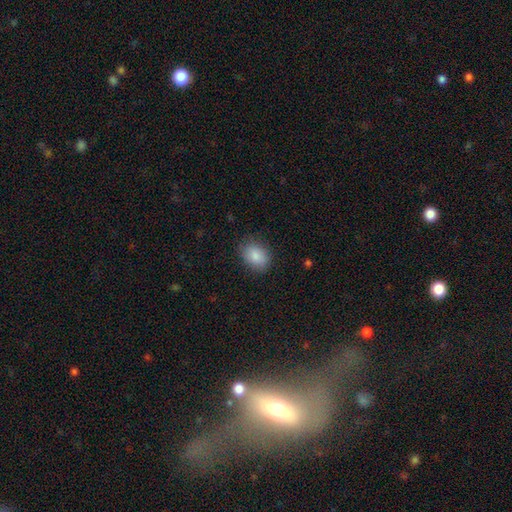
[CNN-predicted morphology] Smooth or featured?
  - smooth: 87% *
  - star or artifact: 7%
  - featured or disk: 6%
How rounded?
  - in between: 74% *
  - round: 25%
  - cigar-shaped: 1%
Merging?
  - none: 83% *
  - minor disturbance: 13%
  - major disturbance: 3%
  - merger: 1%